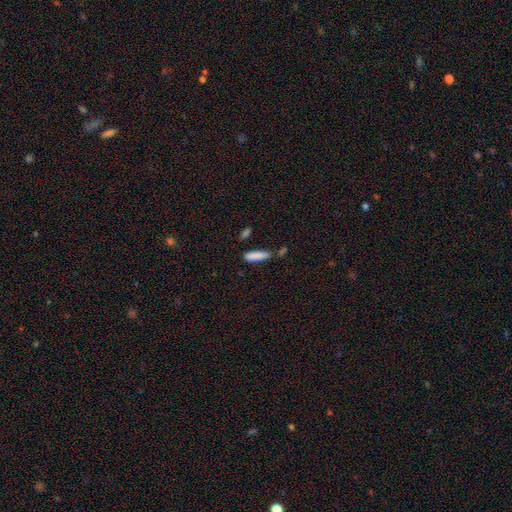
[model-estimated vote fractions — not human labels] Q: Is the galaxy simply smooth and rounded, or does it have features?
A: smooth — 85%.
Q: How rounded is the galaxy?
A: cigar-shaped — 72%.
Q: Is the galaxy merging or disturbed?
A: none — 66%.